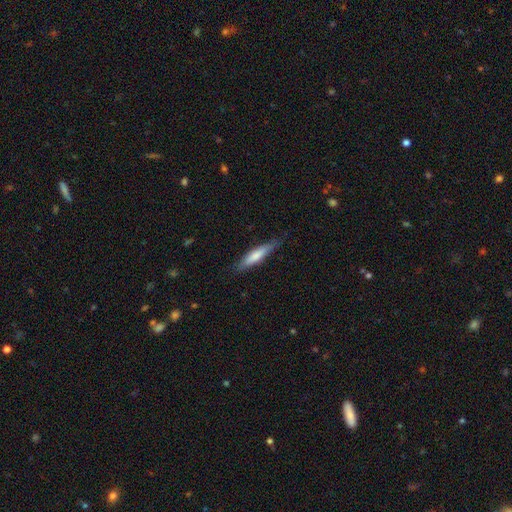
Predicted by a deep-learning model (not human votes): Smooth or featured?
  - smooth: 67% *
  - featured or disk: 28%
  - star or artifact: 6%
How rounded?
  - cigar-shaped: 84% *
  - in between: 14%
  - round: 1%
Merging?
  - none: 79% *
  - minor disturbance: 16%
  - major disturbance: 3%
  - merger: 1%